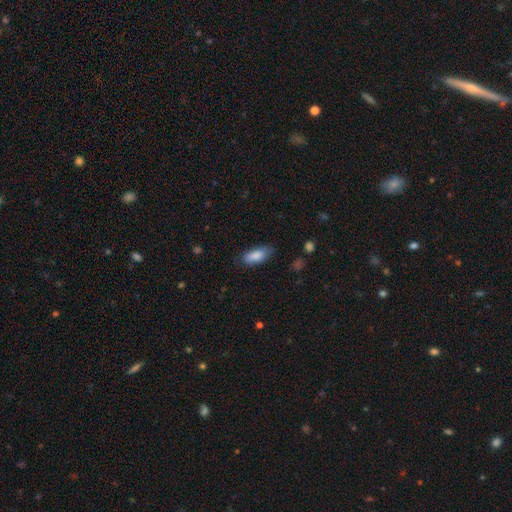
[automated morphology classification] This appears to be a smooth galaxy with no disk features (86%) that is in between round and cigar-shaped (82%). Merging: none (73%).